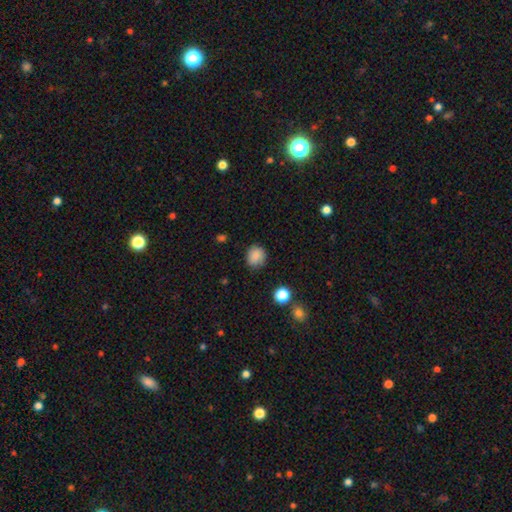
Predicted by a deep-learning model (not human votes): Morphology: type=smooth (85%); roundness=round (77%); merging=none (80%).